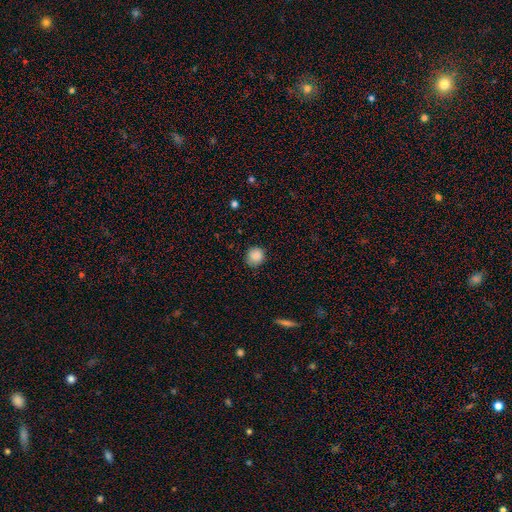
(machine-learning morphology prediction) A smooth galaxy with no disk features (87%) that is round (88%).

Vote fractions:
- Smooth or featured? smooth: 87% / star or artifact: 9% / featured or disk: 4%
- How rounded? round: 88% / in between: 11% / cigar-shaped: 1%
- Merging? none: 81% / minor disturbance: 15% / major disturbance: 3% / merger: 1%